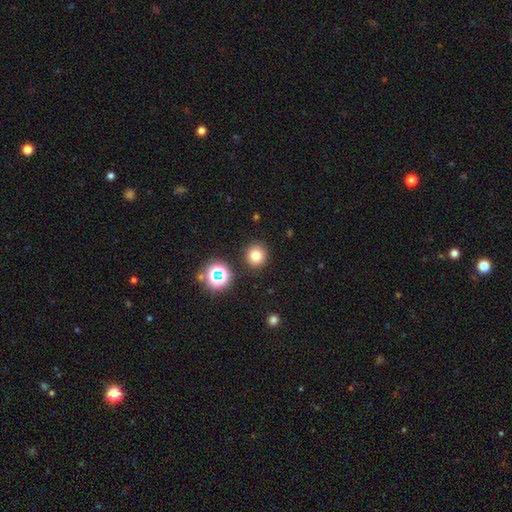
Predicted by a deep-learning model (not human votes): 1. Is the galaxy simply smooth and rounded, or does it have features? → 75% smooth, 17% star or artifact, 8% featured or disk.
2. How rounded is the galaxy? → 92% round, 7% in between, 1% cigar-shaped.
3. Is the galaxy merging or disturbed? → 89% none, 6% minor disturbance, 3% merger, 3% major disturbance.